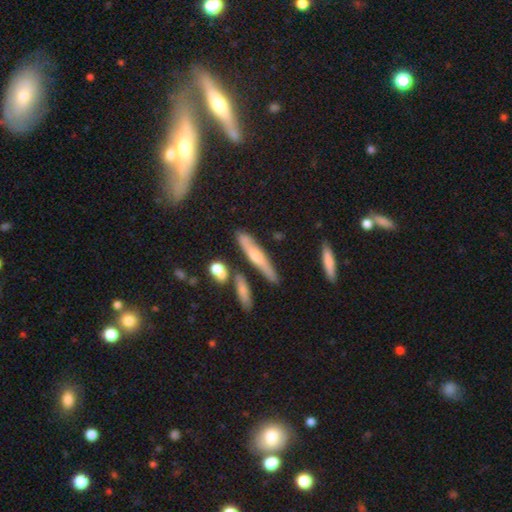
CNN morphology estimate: Q: Smooth or featured?
A: featured or disk (50%); runner-up: smooth (42%)
Q: Merging?
A: none (77%); runner-up: minor disturbance (13%)